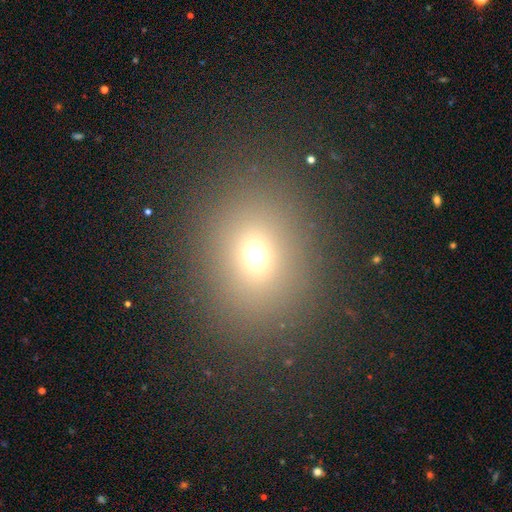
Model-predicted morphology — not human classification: A smooth galaxy with no disk features (67%) that is round (58%).

Vote fractions:
- Smooth or featured? smooth: 67% / star or artifact: 22% / featured or disk: 11%
- How rounded? round: 58% / in between: 41% / cigar-shaped: 1%
- Merging? none: 86% / minor disturbance: 8% / major disturbance: 5% / merger: 2%